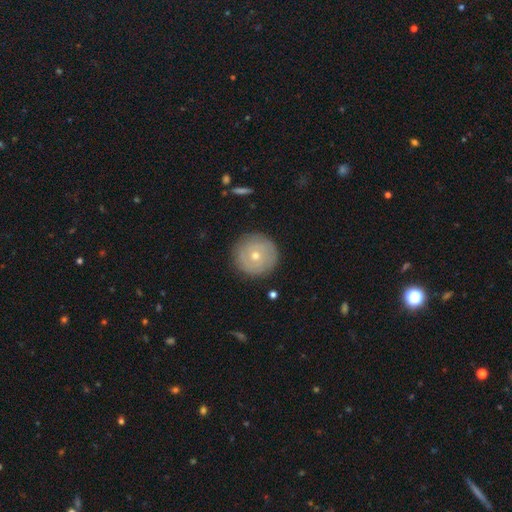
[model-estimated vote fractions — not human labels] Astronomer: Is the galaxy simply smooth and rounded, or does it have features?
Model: featured or disk — 52% (runner-up: smooth, 40%).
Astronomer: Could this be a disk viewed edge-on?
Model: no — 97%.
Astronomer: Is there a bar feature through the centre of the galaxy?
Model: no — 84%.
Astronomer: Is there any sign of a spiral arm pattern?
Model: yes — 58% (runner-up: no, 42%).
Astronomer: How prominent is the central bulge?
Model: moderate — 49% (runner-up: small, 48%).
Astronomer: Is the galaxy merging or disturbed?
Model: none — 87%.